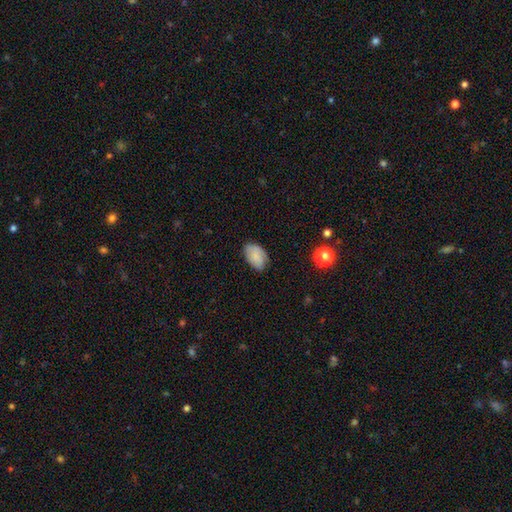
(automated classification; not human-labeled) smooth 79%, featured or disk 13%, star or artifact 8%. Down the decision tree: how rounded — in between (90%); merging — none (71%).